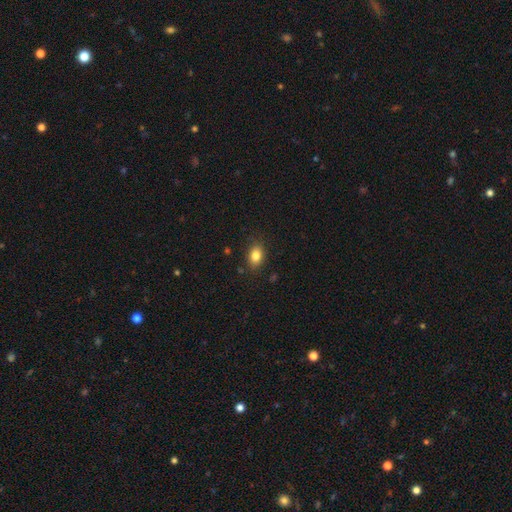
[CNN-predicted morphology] Smooth or featured? Predicted: smooth (p=0.83). How rounded? Predicted: in between (p=0.79). Merging? Predicted: none (p=0.85).